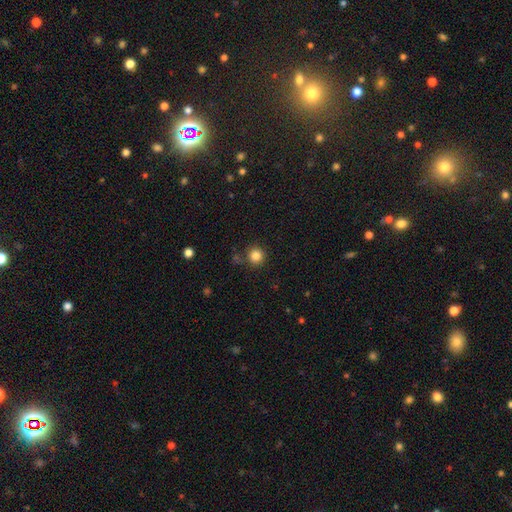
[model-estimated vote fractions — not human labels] The model was most divided on "smooth or featured": smooth: 84%, star or artifact: 12%, featured or disk: 5%. More confident: how rounded — round (94%); merging — none (82%).